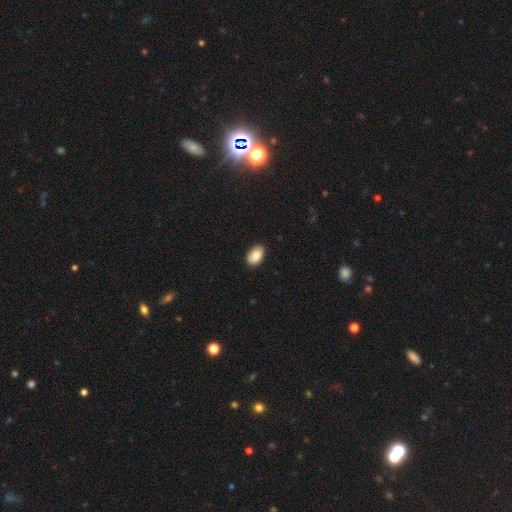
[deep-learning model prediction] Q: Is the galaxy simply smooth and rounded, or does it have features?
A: smooth — 86%.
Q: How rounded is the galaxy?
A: in between — 90%.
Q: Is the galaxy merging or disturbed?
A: none — 83%.